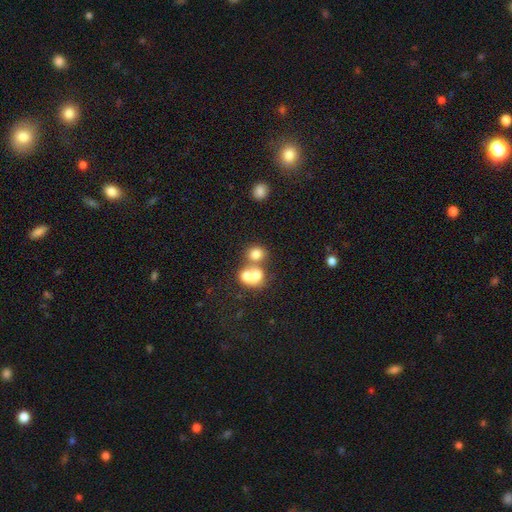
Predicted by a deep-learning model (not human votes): Q: Smooth or featured?
A: smooth (65%); runner-up: star or artifact (18%)
Q: How rounded?
A: round (73%); runner-up: in between (26%)
Q: Merging?
A: merger (53%); runner-up: none (36%)